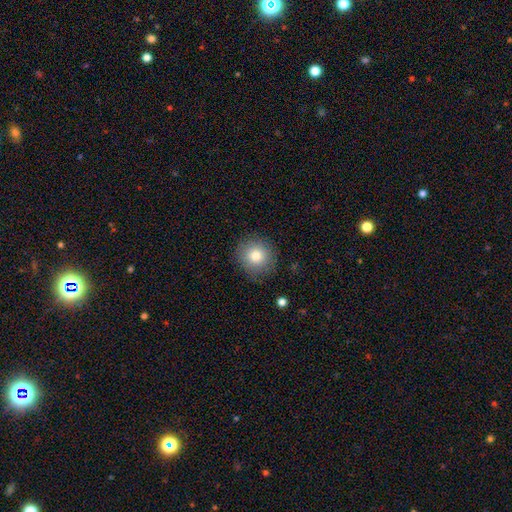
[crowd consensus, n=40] Smooth or featured?
  - smooth: 88% *
  - featured or disk: 8%
  - star or artifact: 5%
How rounded?
  - round: 94% *
  - in between: 6%
  - cigar-shaped: 0%
Merging?
  - none: 89% *
  - minor disturbance: 8%
  - major disturbance: 3%
  - merger: 0%